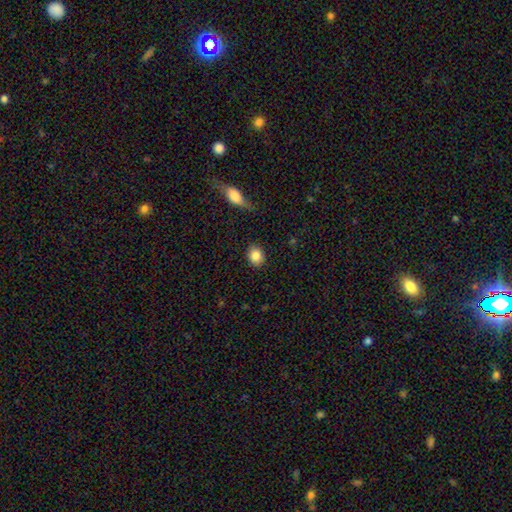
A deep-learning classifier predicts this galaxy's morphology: smooth-or-featured: smooth: 85% | star or artifact: 9% | featured or disk: 7%
  how-rounded: round: 61% | in between: 37% | cigar-shaped: 1%
  merging: none: 88% | minor disturbance: 8% | major disturbance: 2% | merger: 1%